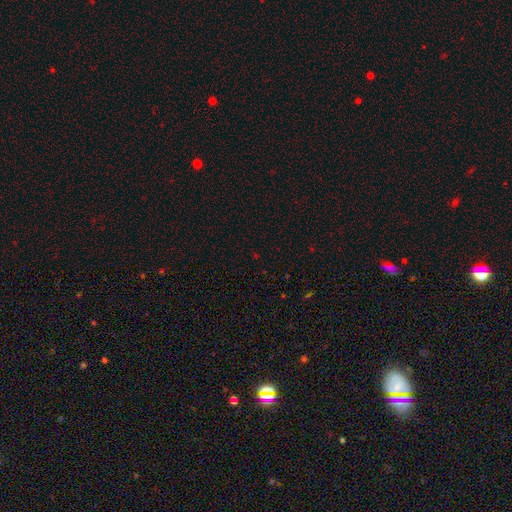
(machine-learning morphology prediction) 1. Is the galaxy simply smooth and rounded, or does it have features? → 67% star or artifact, 26% smooth, 7% featured or disk.